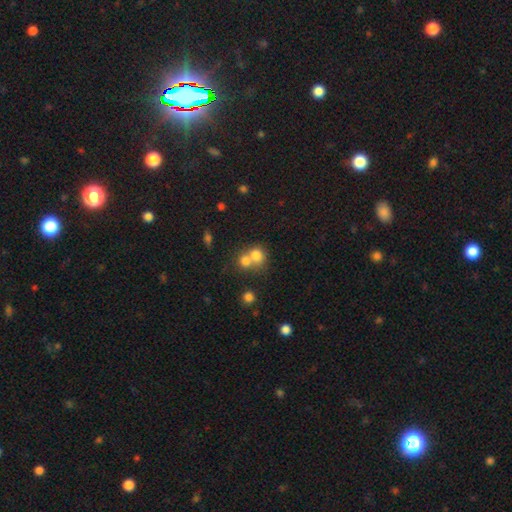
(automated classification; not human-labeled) Smooth or featured: smooth — 75% (featured or disk — 12%)
How rounded: round — 73% (in between — 26%)
Merging: merger — 58% (none — 32%)